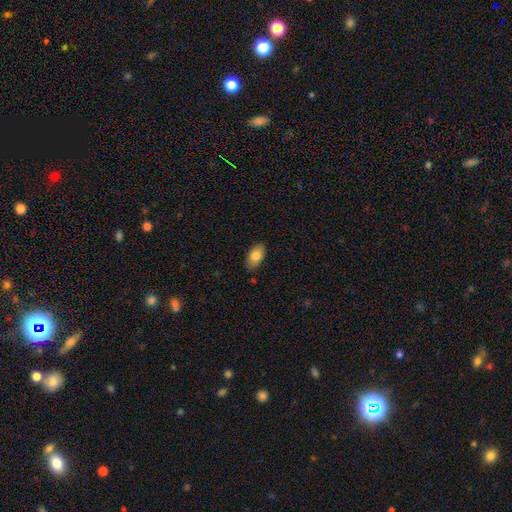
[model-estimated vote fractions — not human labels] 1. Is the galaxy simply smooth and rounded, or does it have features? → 81% smooth, 12% featured or disk, 7% star or artifact.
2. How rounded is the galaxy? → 93% in between, 5% round, 2% cigar-shaped.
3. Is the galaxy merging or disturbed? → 83% none, 13% minor disturbance, 2% major disturbance, 1% merger.